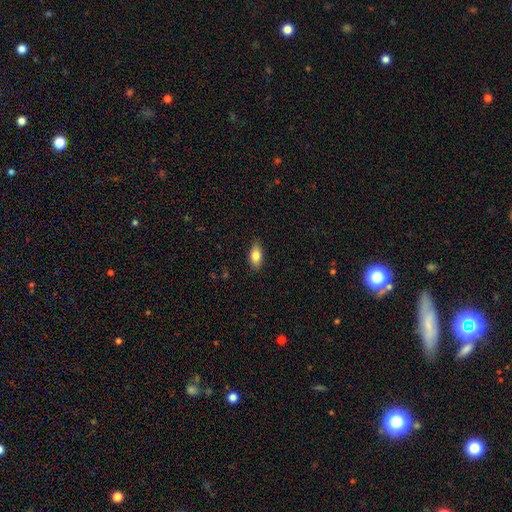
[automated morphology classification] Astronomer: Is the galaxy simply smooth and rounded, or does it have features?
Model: smooth — 81%.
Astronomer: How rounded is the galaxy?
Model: in between — 88%.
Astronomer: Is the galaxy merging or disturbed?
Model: none — 87%.